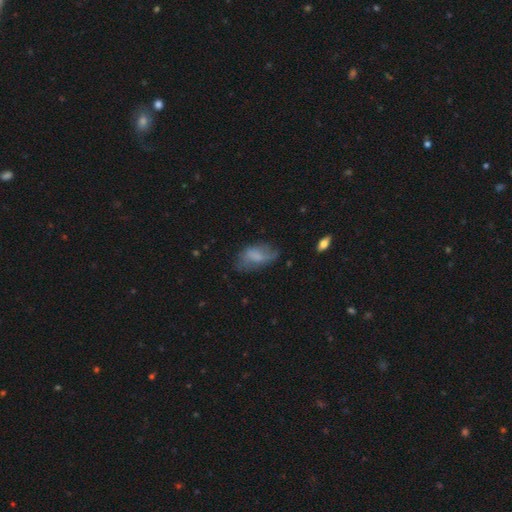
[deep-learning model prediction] This is possibly a smooth galaxy (59%). How rounded: clearly in between (90%). Merging: possibly none (47%).